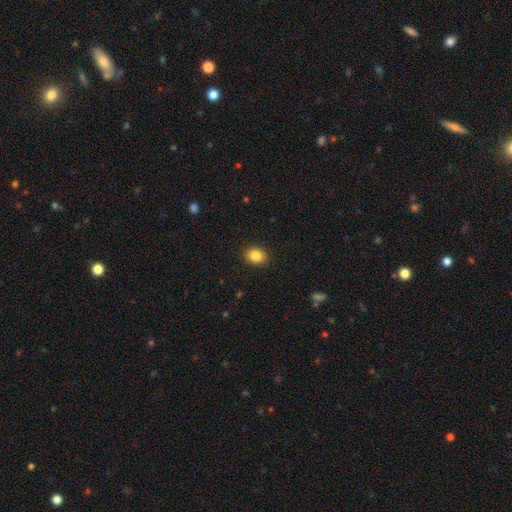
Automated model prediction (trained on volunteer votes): Overall: smooth (85%). How rounded: in between (58%; round 41%). Merging: none (90%).